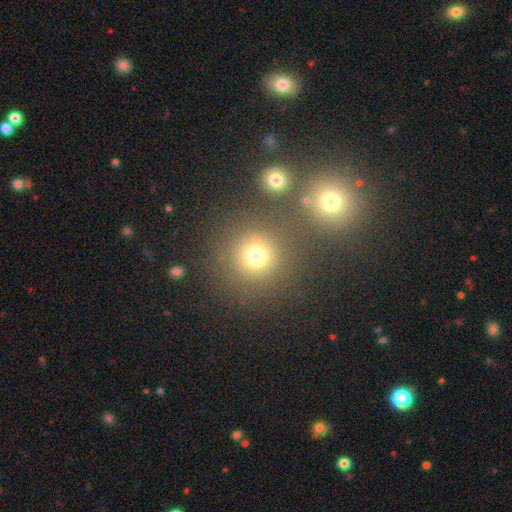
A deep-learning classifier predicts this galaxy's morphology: This is likely a smooth galaxy (72%). How rounded: clearly round (92%). Merging: likely none (73%).